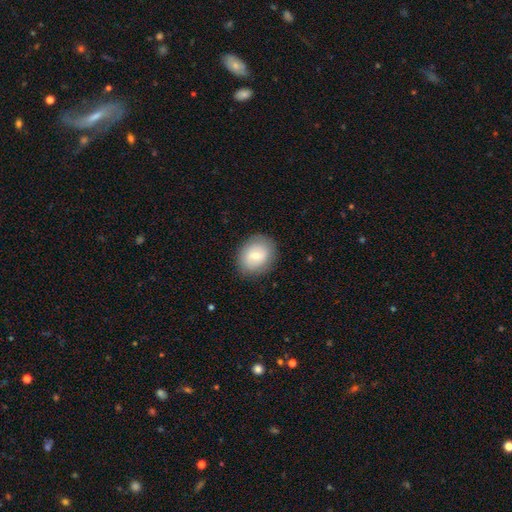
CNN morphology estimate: Q: Smooth or featured?
A: smooth (71%); runner-up: featured or disk (21%)
Q: How rounded?
A: round (58%); runner-up: in between (41%)
Q: Merging?
A: none (84%); runner-up: minor disturbance (11%)